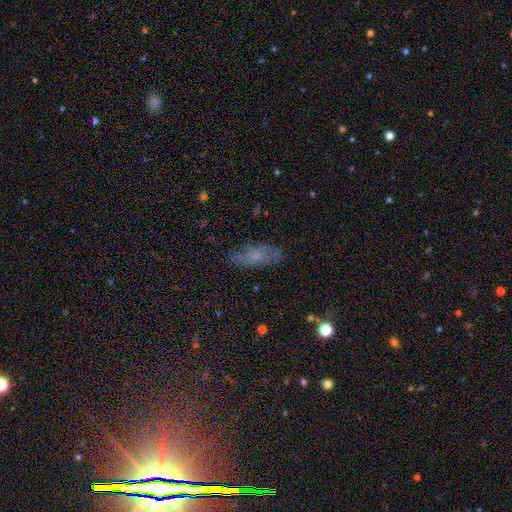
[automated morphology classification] Smooth or featured?
  - smooth: 53% *
  - featured or disk: 31%
  - star or artifact: 16%
How rounded?
  - in between: 69% *
  - cigar-shaped: 27%
  - round: 4%
Merging?
  - none: 71% *
  - minor disturbance: 20%
  - major disturbance: 7%
  - merger: 2%